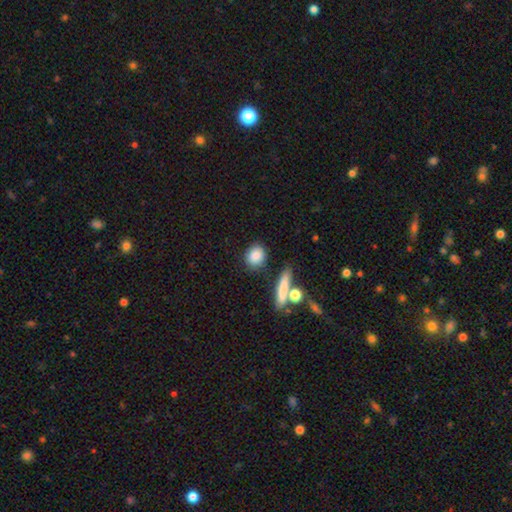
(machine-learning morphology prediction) type=smooth (85%); roundness=round (61%); merging=none (79%).